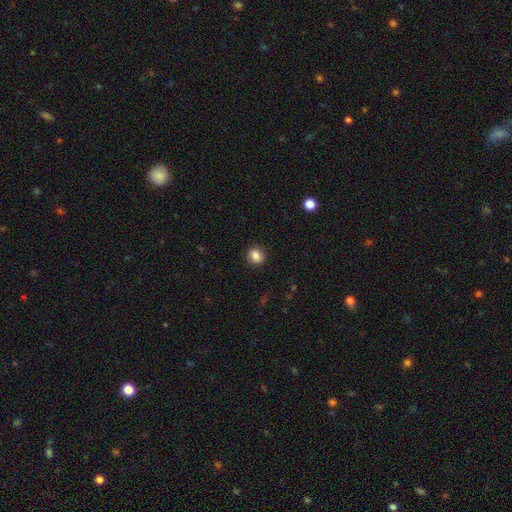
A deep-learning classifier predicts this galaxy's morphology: smooth_or_featured: smooth (p=0.85) [alt: star or artifact p=0.10]
how_rounded: round (p=0.68) [alt: in between p=0.31]
merging: none (p=0.87) [alt: minor disturbance p=0.09]